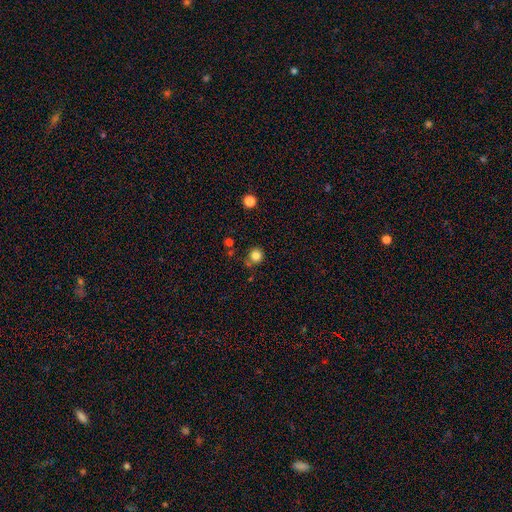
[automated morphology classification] smooth-or-featured: smooth: 83% | star or artifact: 12% | featured or disk: 5%
  how-rounded: round: 92% | in between: 7% | cigar-shaped: 1%
  merging: none: 78% | minor disturbance: 11% | merger: 7% | major disturbance: 3%